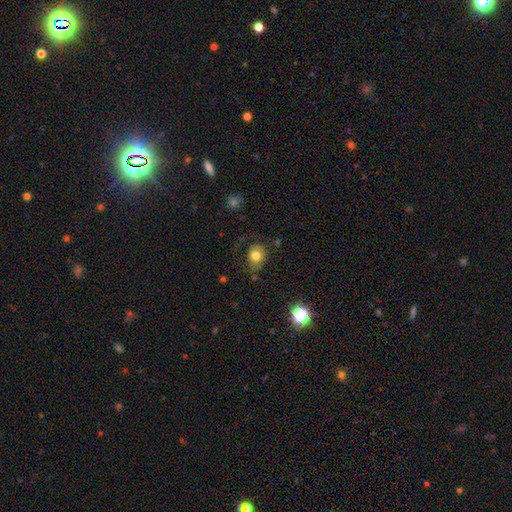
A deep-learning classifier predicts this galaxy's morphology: The model was most divided on "how rounded": in between: 54%, round: 45%, cigar-shaped: 1%. More confident: smooth or featured — smooth (73%); merging — none (67%).